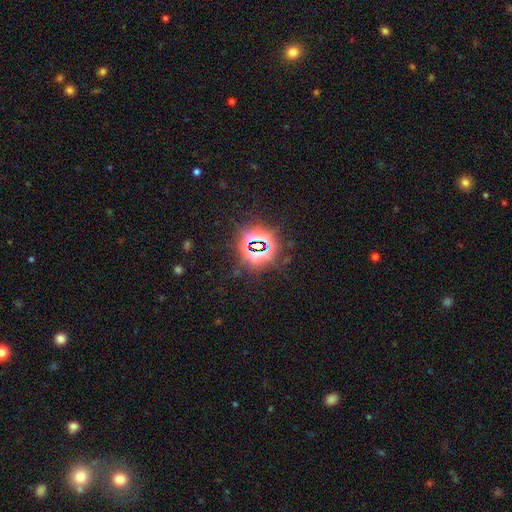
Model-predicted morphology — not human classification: Smooth or featured?
  - star or artifact: 80% *
  - smooth: 13%
  - featured or disk: 8%